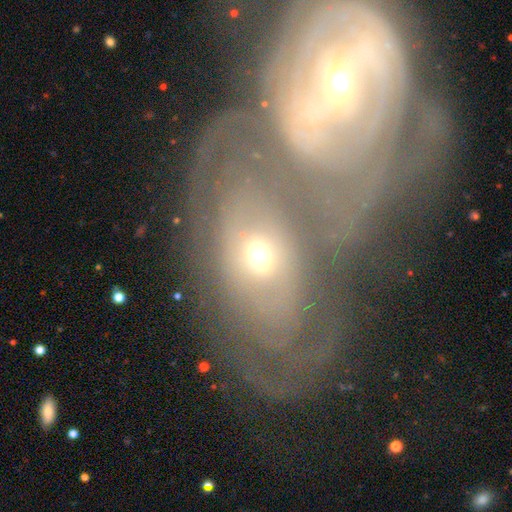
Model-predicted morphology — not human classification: Q: Smooth or featured?
A: featured or disk (70%); runner-up: smooth (20%)
Q: Edge-on disk?
A: no (92%); runner-up: yes (8%)
Q: Bar?
A: no (68%); runner-up: weak (22%)
Q: Spiral arms?
A: yes (76%); runner-up: no (24%)
Q: Bulge size?
A: moderate (49%); runner-up: small (42%)
Q: Merging?
A: merger (52%); runner-up: none (26%)